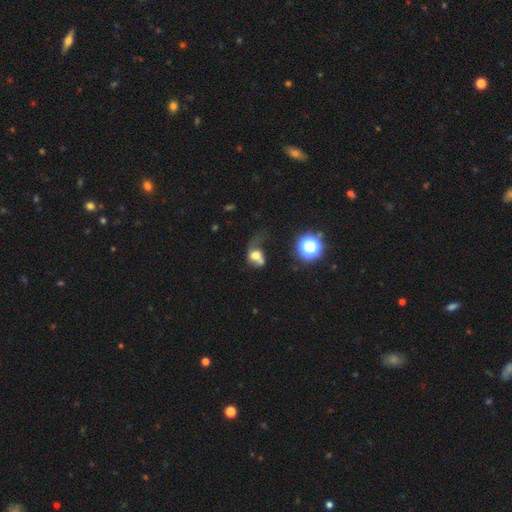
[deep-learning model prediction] smooth-or-featured: smooth: 55% | featured or disk: 30% | star or artifact: 15%
  how-rounded: in between: 50% | round: 49% | cigar-shaped: 2%
  merging: major disturbance: 48% | none: 19% | minor disturbance: 18% | merger: 15%